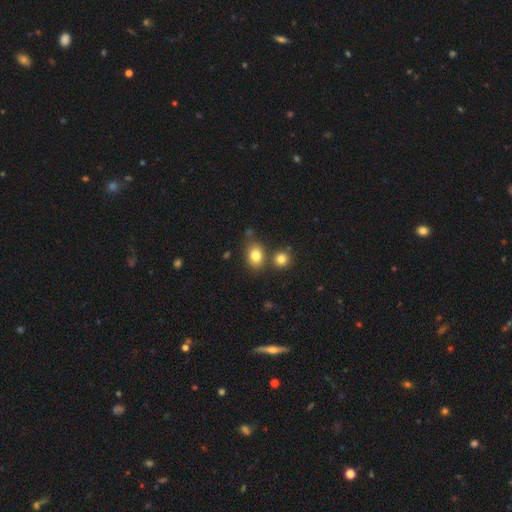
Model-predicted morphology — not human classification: This appears to be a smooth galaxy with no disk features (80%) that is in between round and cigar-shaped (63%). Merging: none (68%).